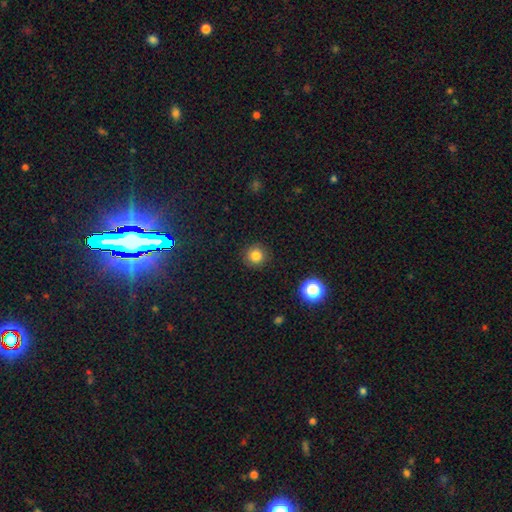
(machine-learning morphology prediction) smooth-or-featured: smooth: 82% | star or artifact: 13% | featured or disk: 6%
  how-rounded: round: 94% | in between: 5% | cigar-shaped: 1%
  merging: none: 90% | minor disturbance: 6% | major disturbance: 2% | merger: 1%